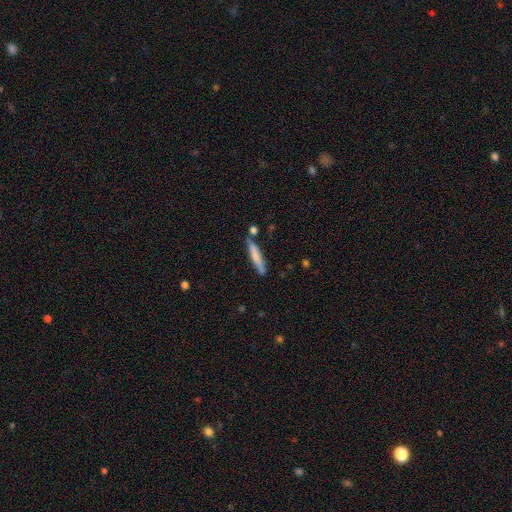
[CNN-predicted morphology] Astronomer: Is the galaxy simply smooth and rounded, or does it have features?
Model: smooth — 71%.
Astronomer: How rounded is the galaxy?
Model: cigar-shaped — 90%.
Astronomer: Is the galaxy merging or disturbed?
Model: none — 75%.